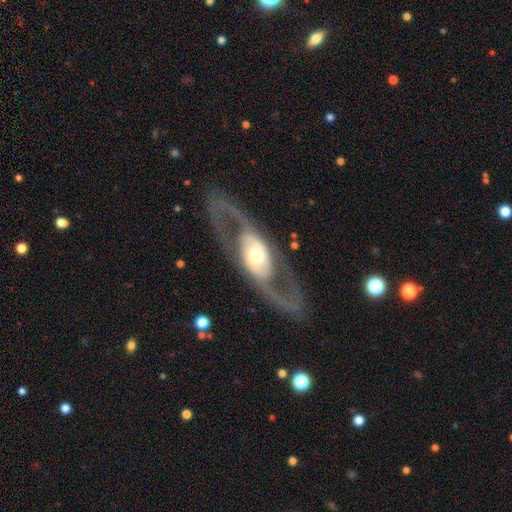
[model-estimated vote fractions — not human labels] Overall: featured or disk (76%). Edge-on disk: no (82%). Bar: no (71%). Spiral arms: no (53%; yes 47%). Bulge size: moderate (58%; large 31%). Merging: none (76%).